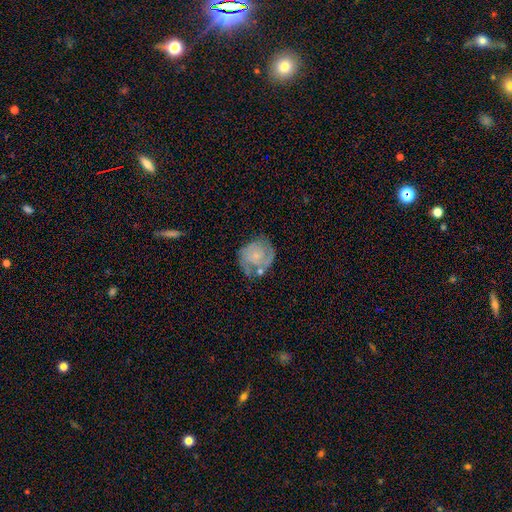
Smooth or featured?
  - featured or disk: 62% *
  - smooth: 28%
  - star or artifact: 10%
Edge-on disk?
  - no: 100% *
  - yes: 0%
Bar?
  - no: 92% *
  - weak: 8%
  - strong: 0%
Spiral arms?
  - yes: 80% *
  - no: 20%
Spiral winding?
  - tight: 40% *
  - medium: 35%
  - loose: 25%
Spiral arm count?
  - 2: 65% *
  - can't tell: 30%
  - 3: 5%
  - 1: 0%
  - 4: 0%
  - more than 4: 0%
Bulge size?
  - small: 64% *
  - moderate: 24%
  - large: 8%
  - none: 4%
  - dominant: 0%
Merging?
  - none: 36% *
  - minor disturbance: 28%
  - major disturbance: 22%
  - merger: 14%